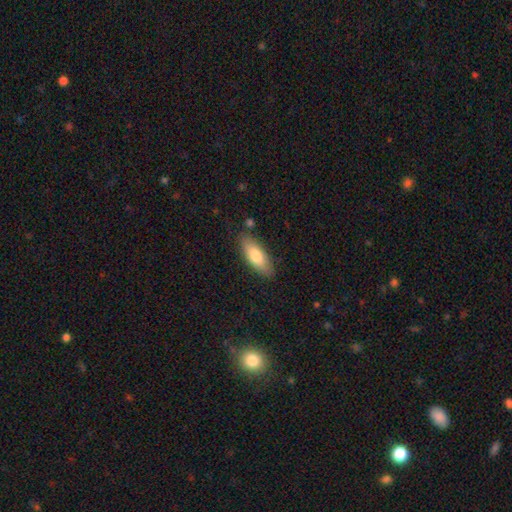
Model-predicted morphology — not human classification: A smooth galaxy with no disk features (75%) that is in between round and cigar-shaped (66%).

Vote fractions:
- Smooth or featured? smooth: 75% / featured or disk: 19% / star or artifact: 6%
- How rounded? in between: 66% / cigar-shaped: 32% / round: 2%
- Merging? none: 82% / minor disturbance: 12% / merger: 3% / major disturbance: 3%